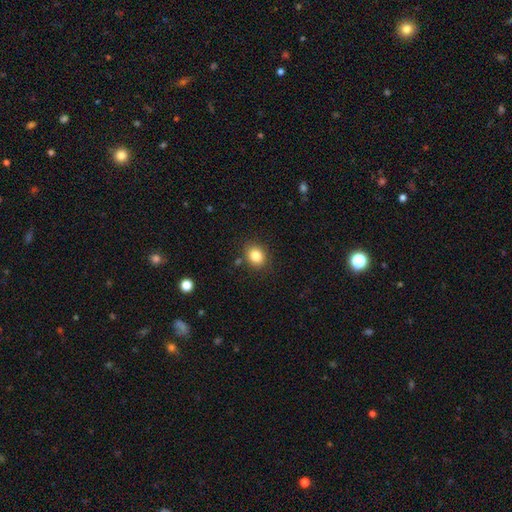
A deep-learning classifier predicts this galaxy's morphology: Smooth or featured?
  - smooth: 84% *
  - star or artifact: 10%
  - featured or disk: 6%
How rounded?
  - round: 57% *
  - in between: 42%
  - cigar-shaped: 1%
Merging?
  - none: 85% *
  - minor disturbance: 10%
  - major disturbance: 3%
  - merger: 3%